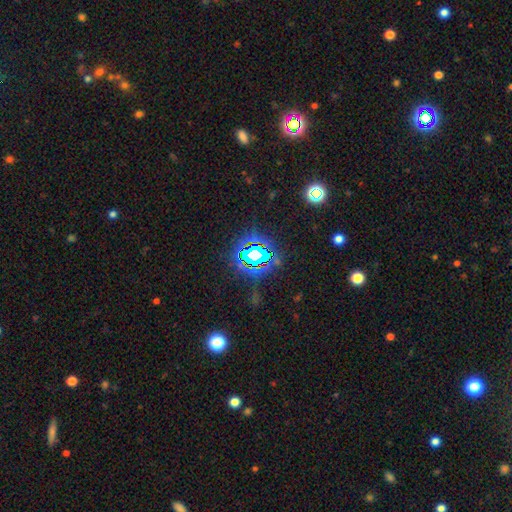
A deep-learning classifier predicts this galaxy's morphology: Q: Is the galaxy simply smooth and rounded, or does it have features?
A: star or artifact — 74%.